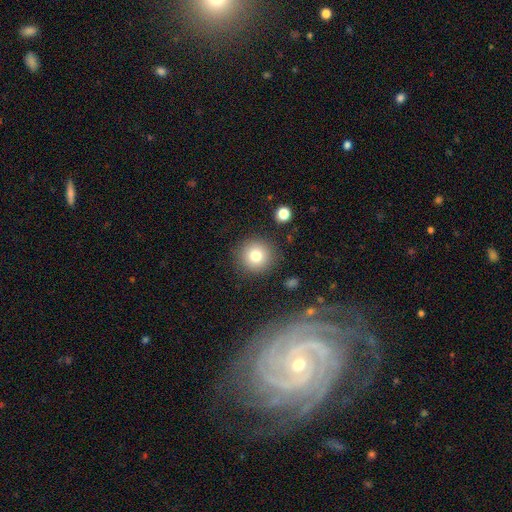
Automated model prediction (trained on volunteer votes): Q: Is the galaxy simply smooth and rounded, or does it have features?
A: smooth — 78%.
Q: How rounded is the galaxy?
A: round — 94%.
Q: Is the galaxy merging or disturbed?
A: none — 88%.